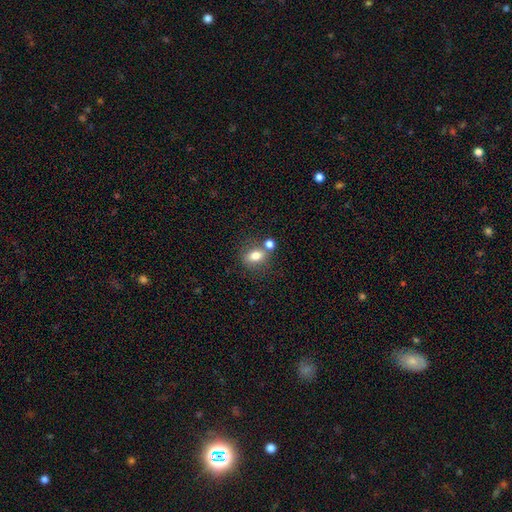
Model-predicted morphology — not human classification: A smooth galaxy with no disk features (77%) that is in between round and cigar-shaped (66%).

Vote fractions:
- Smooth or featured? smooth: 77% / featured or disk: 12% / star or artifact: 11%
- How rounded? in between: 66% / round: 32% / cigar-shaped: 2%
- Merging? none: 58% / merger: 25% / minor disturbance: 12% / major disturbance: 4%